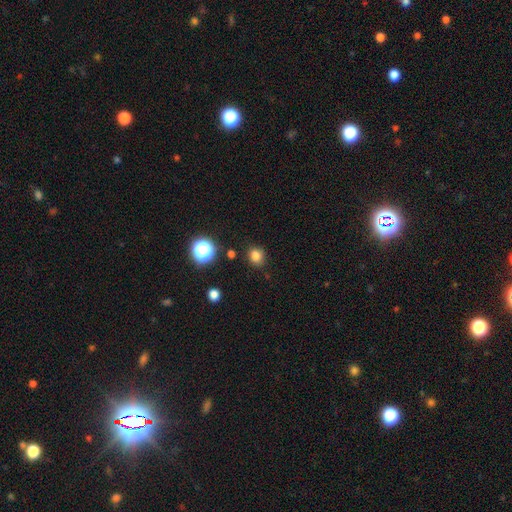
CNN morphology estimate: The model was most divided on "how rounded": round: 78%, in between: 21%, cigar-shaped: 1%. More confident: merging — none (84%); smooth or featured — smooth (80%).